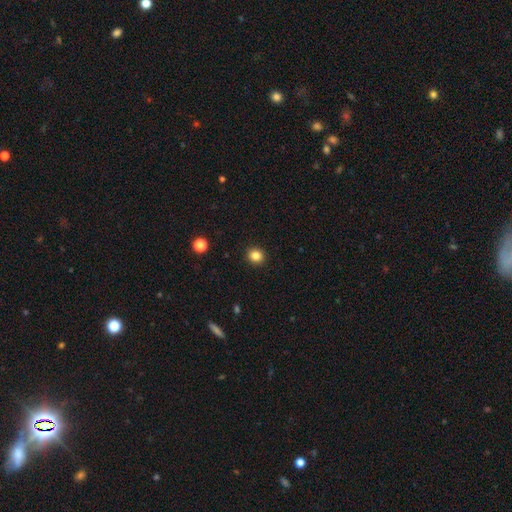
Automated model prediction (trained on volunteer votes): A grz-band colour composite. It shows a smooth galaxy with no disk features (84%) that is round (87%). Merging: none (92%).